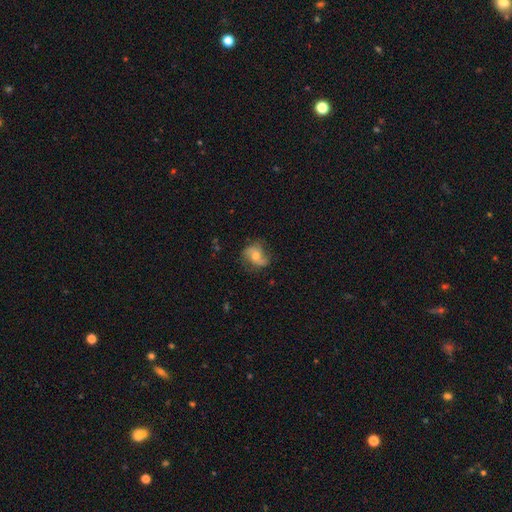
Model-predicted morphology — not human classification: Smooth or featured: featured or disk — 64% (smooth — 27%)
Edge-on disk: no — 97% (yes — 3%)
Bar: no — 60% (weak — 31%)
Spiral arms: yes — 89% (no — 11%)
Spiral winding: loose — 46% (medium — 39%)
Spiral arm count: 2 — 79% (can't tell — 9%)
Bulge size: moderate — 65% (small — 23%)
Merging: none — 68% (minor disturbance — 21%)